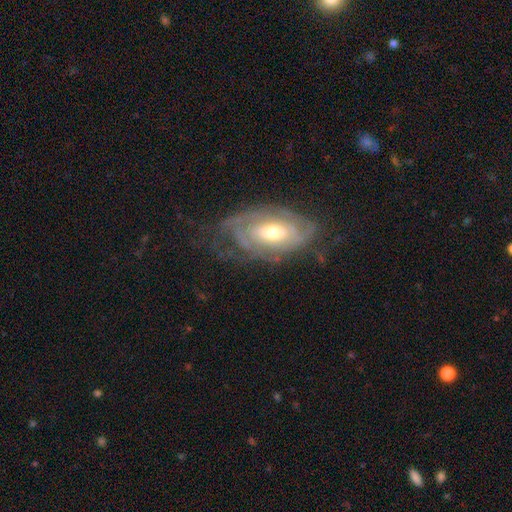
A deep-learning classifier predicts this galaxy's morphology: A featured or disk galaxy (72%) with no bar (54%), spiral arms (74%) and a moderate central bulge (70%). Merging: none (68%).